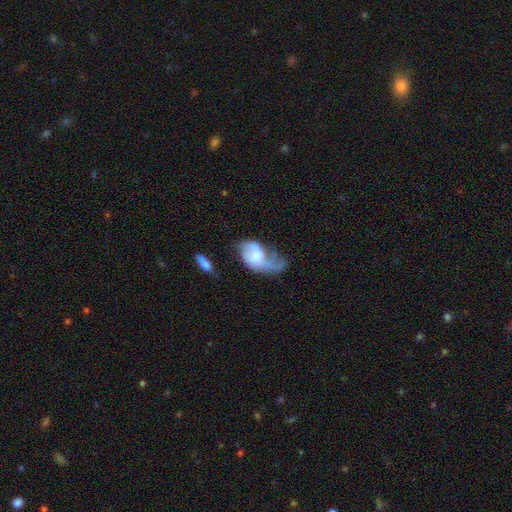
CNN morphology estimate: The model was most divided on "bulge size": small: 31%, moderate: 29%, none: 24%, large: 13%, dominant: 3%. More confident: edge-on disk — no (96%); spiral arms — yes (73%); bar — no (71%); smooth or featured — featured or disk (54%); merging — major disturbance (52%).